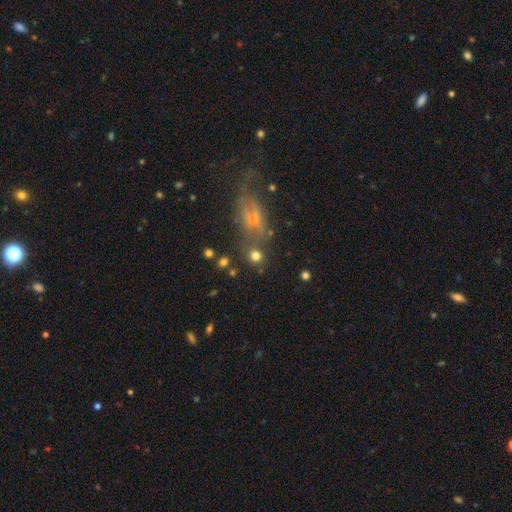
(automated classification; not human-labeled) A smooth galaxy with no disk features (75%) that is round (86%).

Vote fractions:
- Smooth or featured? smooth: 75% / star or artifact: 15% / featured or disk: 10%
- How rounded? round: 86% / in between: 13% / cigar-shaped: 2%
- Merging? none: 69% / merger: 15% / minor disturbance: 10% / major disturbance: 5%